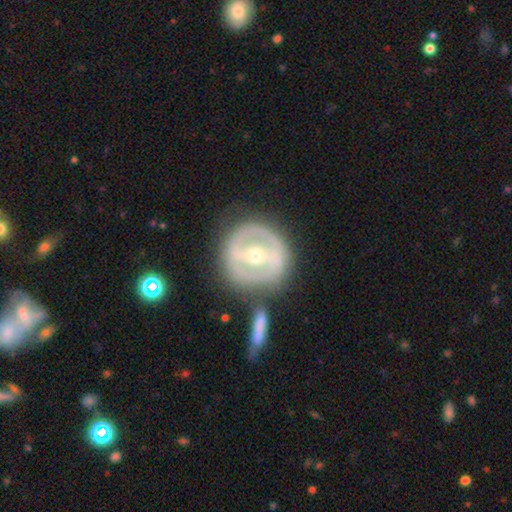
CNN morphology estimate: A featured or disk galaxy (76%) with a strong bar (52%), spiral arms (50%, tied with no) and a moderate central bulge (48%, tied with small).

Vote fractions:
- Smooth or featured? featured or disk: 76% / smooth: 19% / star or artifact: 5%
- Edge-on disk? no: 94% / yes: 6%
- Bar? strong: 52% / weak: 29% / no: 19%
- Spiral arms? yes: 50% (tied) / no: 50% (tied)
- Bulge size? moderate: 48% (tied) / small: 48% (tied) / large: 2% / none: 1% / dominant: 1%
- Merging? none: 72% / minor disturbance: 14% / merger: 9% / major disturbance: 6%